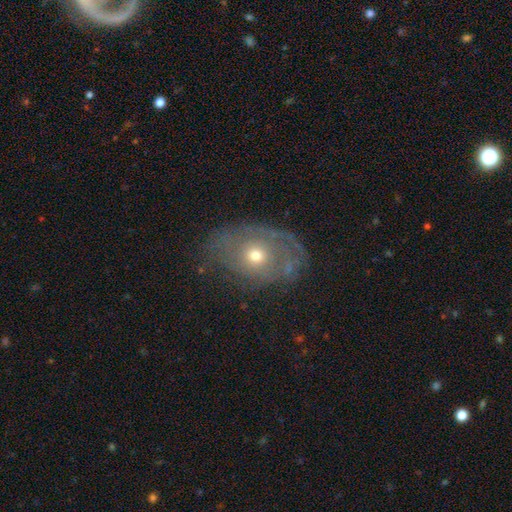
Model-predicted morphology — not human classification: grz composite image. It shows a featured or disk galaxy (52%). Merging: none (59%).